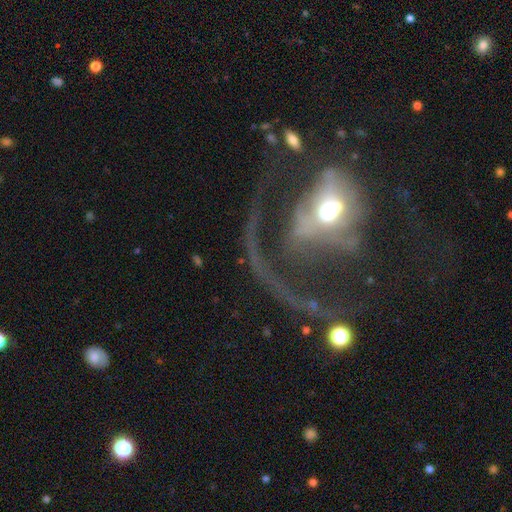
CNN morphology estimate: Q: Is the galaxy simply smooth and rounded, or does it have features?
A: featured or disk — 65%.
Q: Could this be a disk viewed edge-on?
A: no — 94%.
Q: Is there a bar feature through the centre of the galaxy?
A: no — 58%.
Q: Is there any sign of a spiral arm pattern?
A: yes — 55%.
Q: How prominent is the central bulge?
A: moderate — 63%.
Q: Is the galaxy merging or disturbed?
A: major disturbance — 58%.